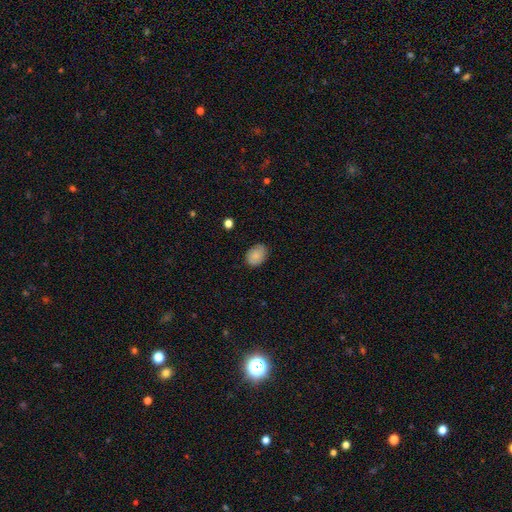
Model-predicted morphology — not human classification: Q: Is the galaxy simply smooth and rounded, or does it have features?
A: smooth — 82%.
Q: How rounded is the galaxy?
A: in between — 73%.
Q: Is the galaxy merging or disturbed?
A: none — 79%.